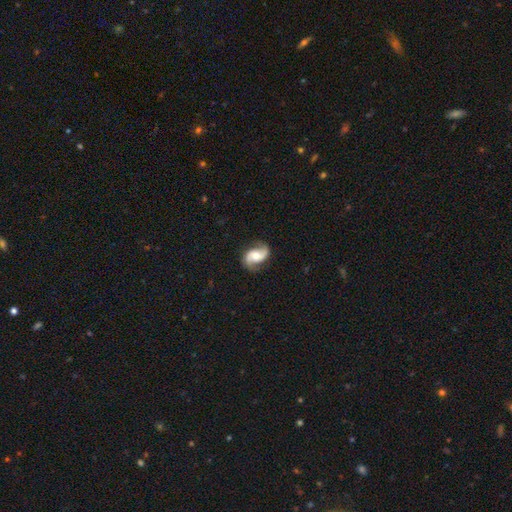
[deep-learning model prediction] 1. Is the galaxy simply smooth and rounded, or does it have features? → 83% featured or disk, 12% smooth, 6% star or artifact.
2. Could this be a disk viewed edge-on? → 98% no, 2% yes.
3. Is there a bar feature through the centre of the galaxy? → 56% no, 31% weak, 13% strong.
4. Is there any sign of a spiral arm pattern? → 96% yes, 4% no.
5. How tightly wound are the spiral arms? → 45% medium, 38% loose, 17% tight.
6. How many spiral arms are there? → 92% 2, 2% can't tell, 2% 1, 1% 3, 1% 4, 1% more than 4.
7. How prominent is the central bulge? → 66% moderate, 23% small, 8% large, 2% none, 1% dominant.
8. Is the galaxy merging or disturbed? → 79% none, 14% minor disturbance, 5% major disturbance, 1% merger.